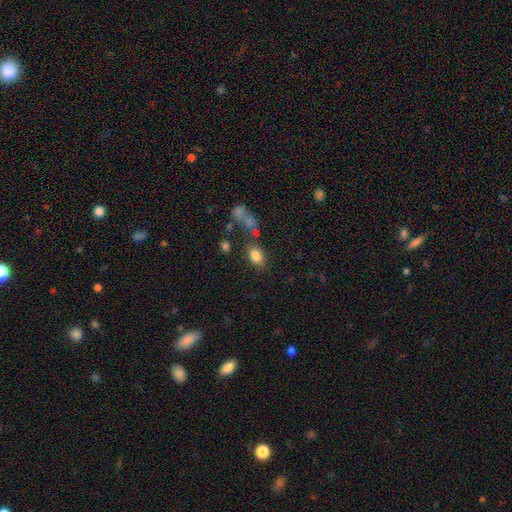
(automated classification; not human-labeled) Morphology: type=smooth (82%); roundness=in between (82%); merging=none (71%).